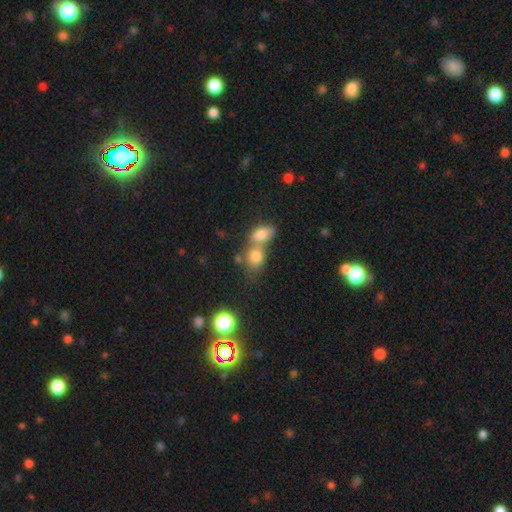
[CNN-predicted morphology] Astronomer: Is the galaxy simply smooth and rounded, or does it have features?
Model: smooth — 75%.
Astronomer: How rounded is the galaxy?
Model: in between — 50% (runner-up: round, 48%).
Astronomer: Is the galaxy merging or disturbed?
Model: merger — 56% (runner-up: none, 32%).